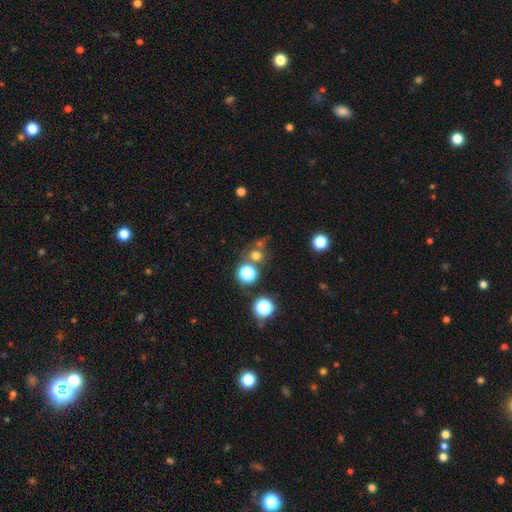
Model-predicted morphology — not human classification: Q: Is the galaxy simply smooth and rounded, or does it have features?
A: smooth — 62%.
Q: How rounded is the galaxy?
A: round — 88%.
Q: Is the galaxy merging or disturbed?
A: none — 65%.